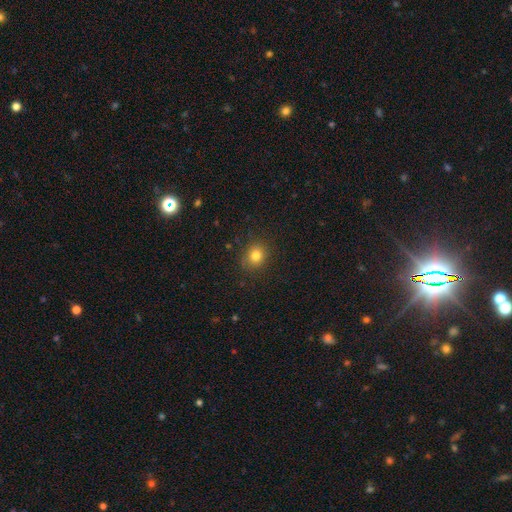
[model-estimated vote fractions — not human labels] This is clearly a smooth galaxy (80%). How rounded: likely round (73%). Merging: clearly none (84%).